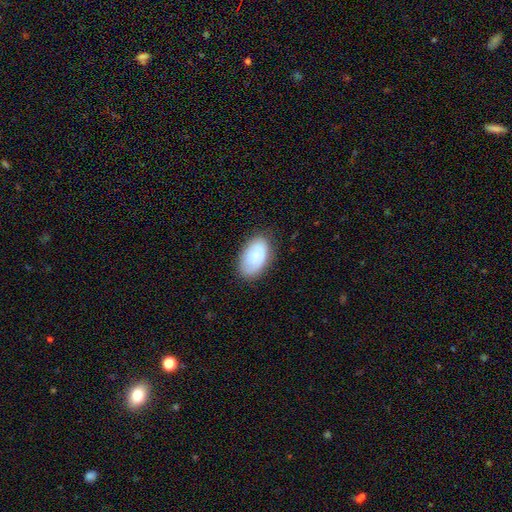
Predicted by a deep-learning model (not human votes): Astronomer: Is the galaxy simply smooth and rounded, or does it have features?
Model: smooth — 69%.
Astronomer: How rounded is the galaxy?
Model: in between — 92%.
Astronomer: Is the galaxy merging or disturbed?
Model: none — 80%.